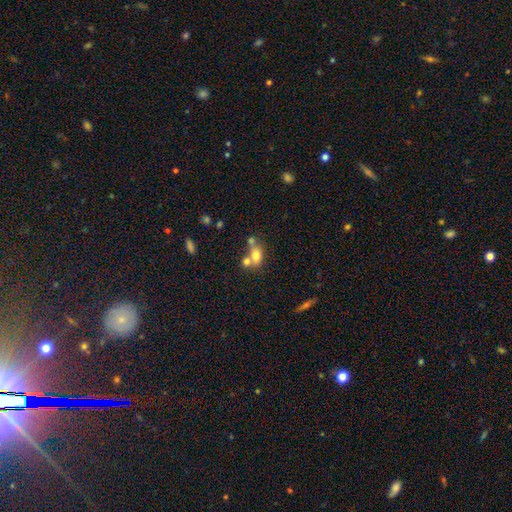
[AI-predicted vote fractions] smooth_or_featured: smooth (p=0.70) [alt: featured or disk p=0.19]
how_rounded: in between (p=0.66) [alt: round p=0.30]
merging: merger (p=0.51) [alt: none p=0.32]